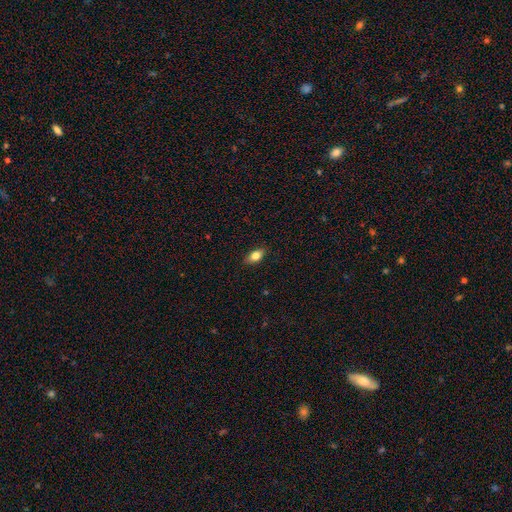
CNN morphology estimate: The model was most divided on "smooth or featured": smooth: 81%, featured or disk: 11%, star or artifact: 8%. More confident: merging — none (87%); how rounded — in between (87%).